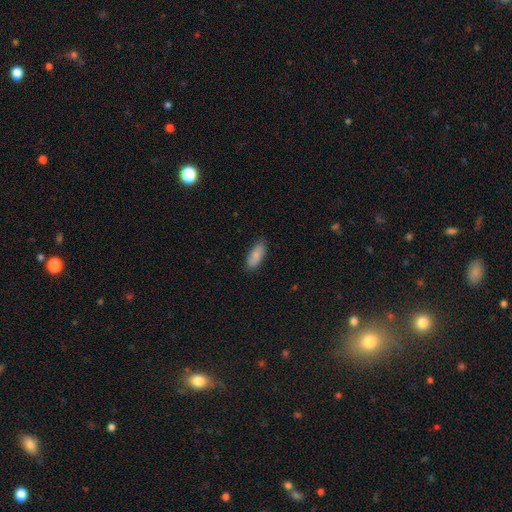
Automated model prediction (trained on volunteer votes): Smooth or featured? smooth (81%)
How rounded? in between (82%)
Merging? none (78%)